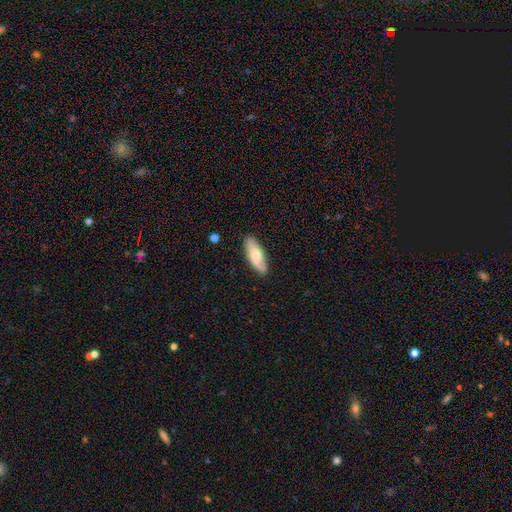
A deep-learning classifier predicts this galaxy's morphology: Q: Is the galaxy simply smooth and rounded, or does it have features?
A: smooth — 61%.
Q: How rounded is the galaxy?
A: in between — 71%.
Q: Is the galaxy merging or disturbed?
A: none — 85%.